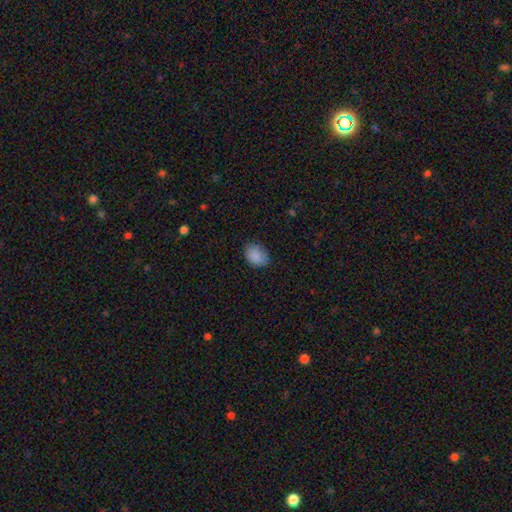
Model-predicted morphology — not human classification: Smooth or featured?
  - smooth: 88% *
  - star or artifact: 8%
  - featured or disk: 5%
How rounded?
  - in between: 68% *
  - round: 31%
  - cigar-shaped: 1%
Merging?
  - none: 77% *
  - minor disturbance: 18%
  - major disturbance: 3%
  - merger: 1%